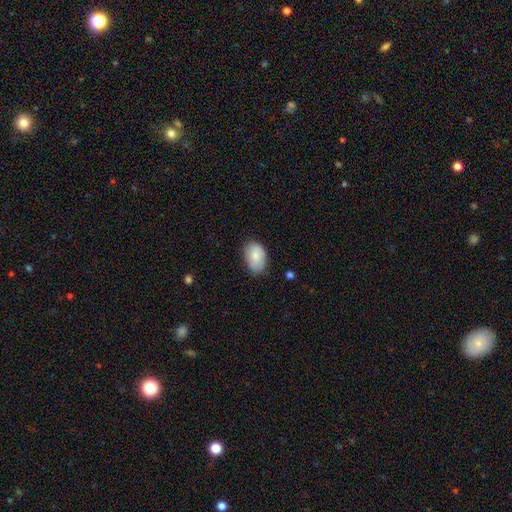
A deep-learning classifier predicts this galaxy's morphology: smooth_or_featured: smooth (p=0.82) [alt: featured or disk p=0.12]
how_rounded: in between (p=0.88) [alt: round p=0.11]
merging: none (p=0.77) [alt: minor disturbance p=0.19]